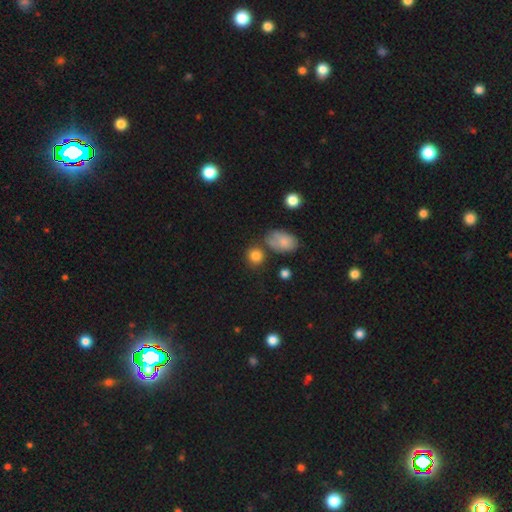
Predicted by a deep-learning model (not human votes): A smooth galaxy with no disk features (83%) that is round (79%).

Vote fractions:
- Smooth or featured? smooth: 83% / star or artifact: 11% / featured or disk: 6%
- How rounded? round: 79% / in between: 20% / cigar-shaped: 1%
- Merging? none: 70% / minor disturbance: 14% / merger: 11% / major disturbance: 5%